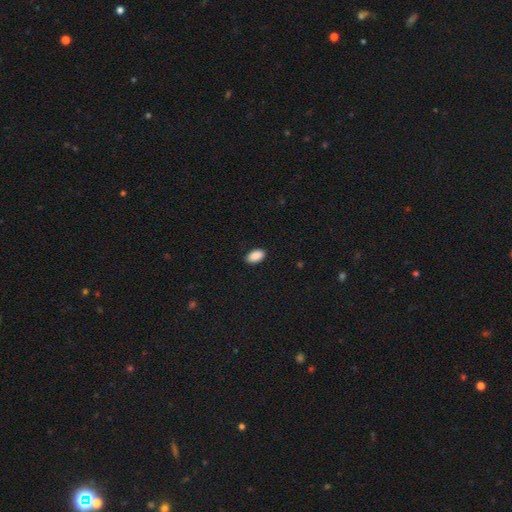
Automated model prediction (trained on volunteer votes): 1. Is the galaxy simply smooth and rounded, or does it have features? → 90% smooth, 7% star or artifact, 3% featured or disk.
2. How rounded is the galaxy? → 94% in between, 4% round, 2% cigar-shaped.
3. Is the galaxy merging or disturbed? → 88% none, 9% minor disturbance, 2% major disturbance, 1% merger.